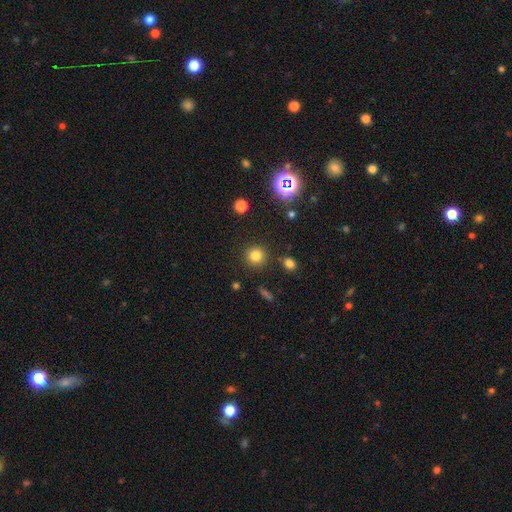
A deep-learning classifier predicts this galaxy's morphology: This appears to be a smooth galaxy with no disk features (78%) that is round (92%). Merging: none (87%).